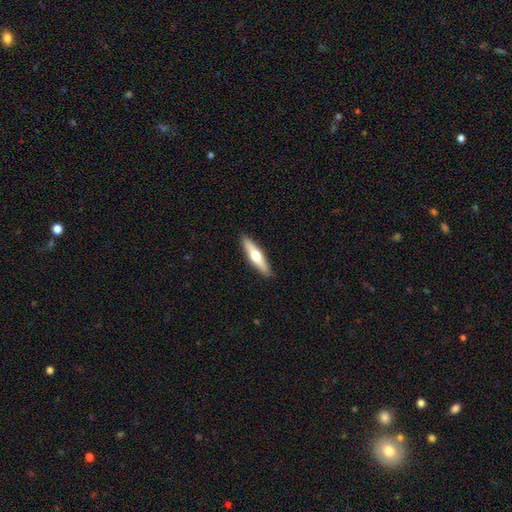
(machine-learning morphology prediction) type=featured or disk (50%); merging=none (90%).